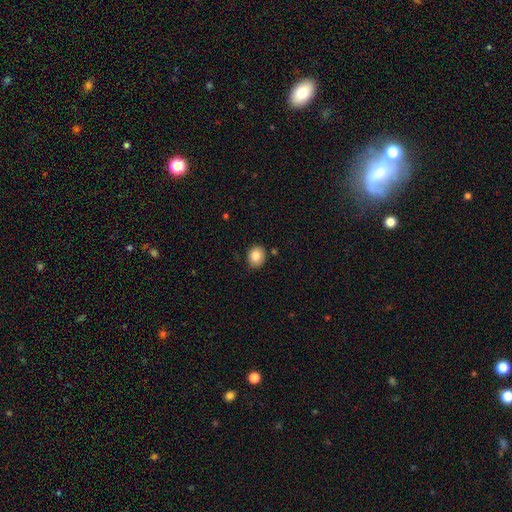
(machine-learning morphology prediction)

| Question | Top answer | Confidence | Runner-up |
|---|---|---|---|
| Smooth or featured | smooth | 83% | star or artifact (9%) |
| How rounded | round | 71% | in between (28%) |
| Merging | none | 84% | minor disturbance (12%) |